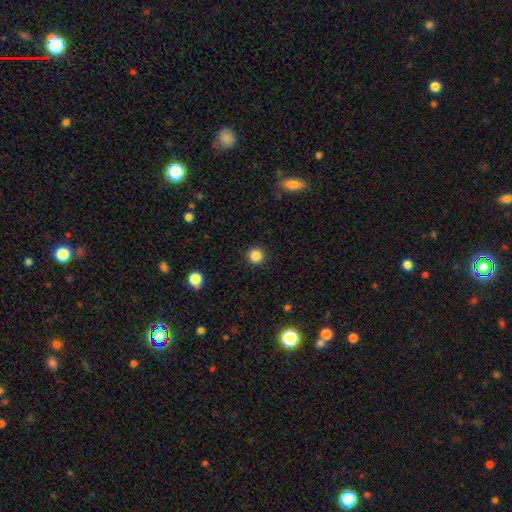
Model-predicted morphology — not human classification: Smooth or featured? smooth (85%)
How rounded? round (94%)
Merging? none (92%)